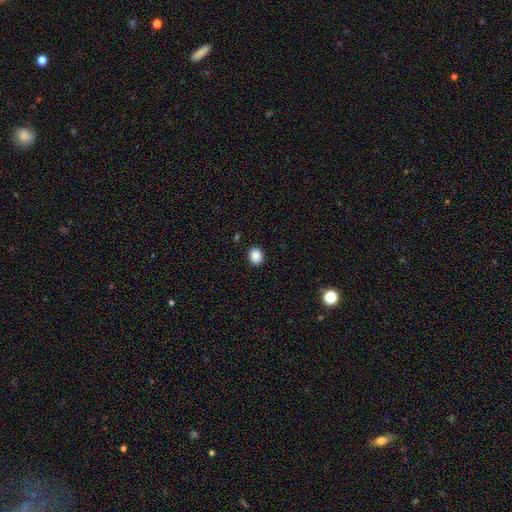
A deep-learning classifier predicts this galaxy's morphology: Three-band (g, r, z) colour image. It shows a smooth galaxy with no disk features (87%) that is round (56%). Merging: none (90%).